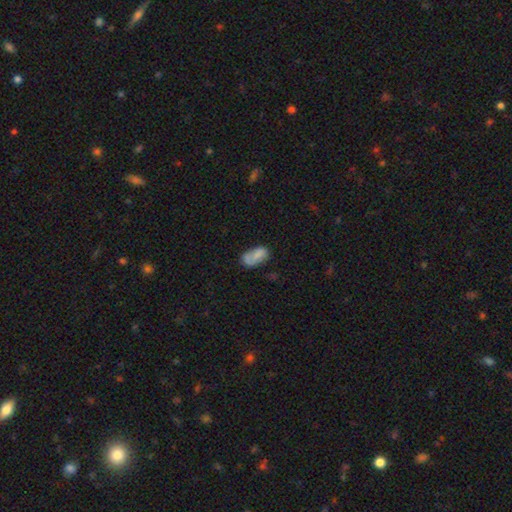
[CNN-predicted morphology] type=smooth (74%); roundness=in between (92%); merging=none (46%).